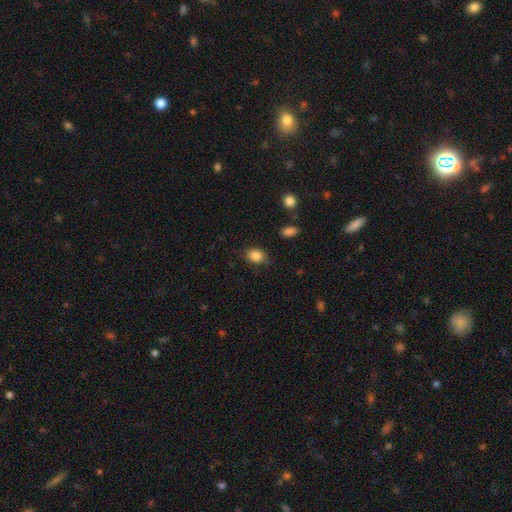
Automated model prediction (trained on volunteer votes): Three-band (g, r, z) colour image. It shows a smooth galaxy with no disk features (85%) that is in between round and cigar-shaped (56%). Merging: none (77%).